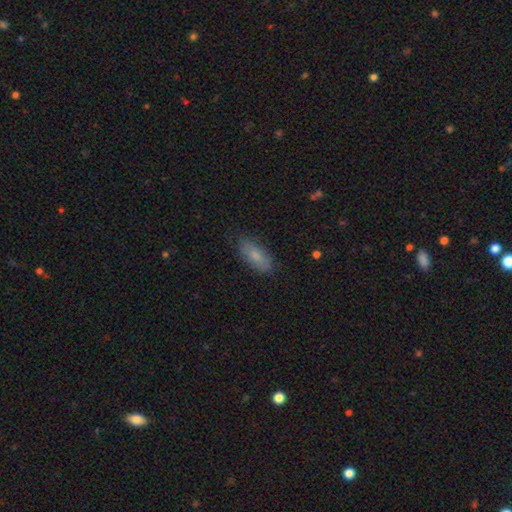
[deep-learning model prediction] Q: Smooth or featured?
A: smooth (79%); runner-up: featured or disk (14%)
Q: How rounded?
A: in between (74%); runner-up: cigar-shaped (23%)
Q: Merging?
A: none (83%); runner-up: minor disturbance (13%)